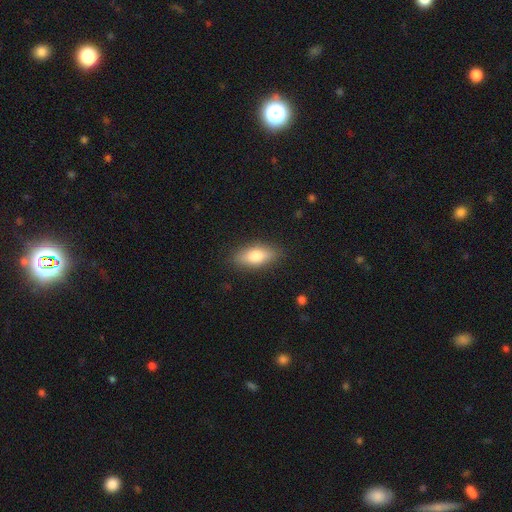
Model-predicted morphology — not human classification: Smooth or featured? smooth (75%)
How rounded? in between (76%)
Merging? none (86%)